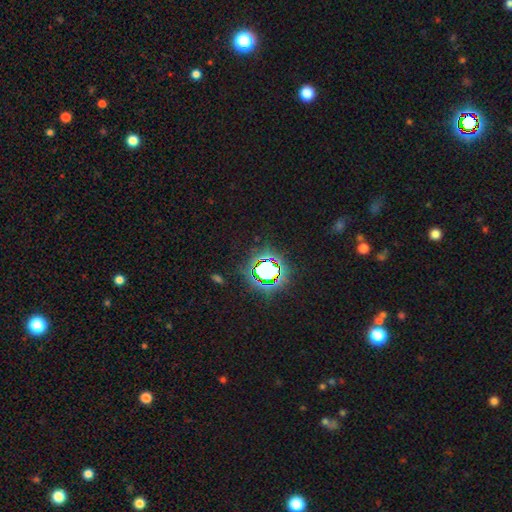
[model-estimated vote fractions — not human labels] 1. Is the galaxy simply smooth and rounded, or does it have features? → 81% star or artifact, 12% smooth, 7% featured or disk.